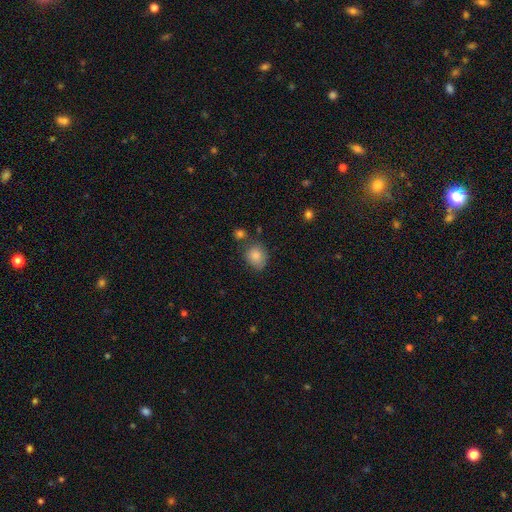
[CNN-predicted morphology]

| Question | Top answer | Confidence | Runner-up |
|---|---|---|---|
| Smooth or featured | smooth | 84% | star or artifact (9%) |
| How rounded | round | 64% | in between (35%) |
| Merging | none | 63% | minor disturbance (23%) |